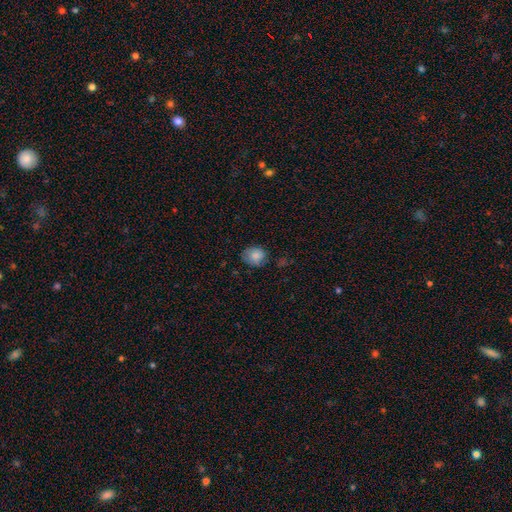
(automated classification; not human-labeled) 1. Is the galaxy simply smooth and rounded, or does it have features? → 82% smooth, 9% featured or disk, 8% star or artifact.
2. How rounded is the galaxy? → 59% round, 40% in between, 1% cigar-shaped.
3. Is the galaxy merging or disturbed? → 66% none, 26% minor disturbance, 7% major disturbance, 2% merger.